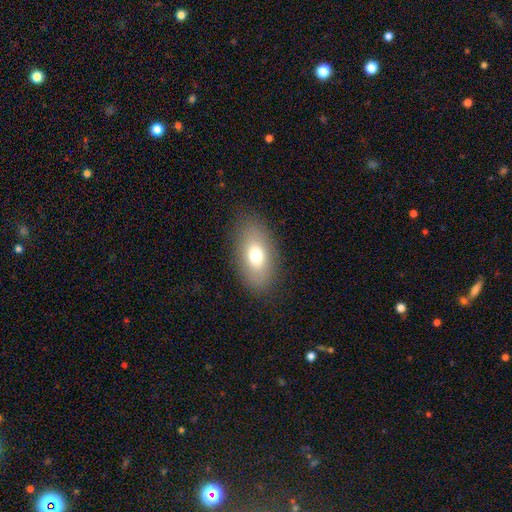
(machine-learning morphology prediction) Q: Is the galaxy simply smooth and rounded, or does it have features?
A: smooth — 72%.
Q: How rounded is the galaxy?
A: in between — 90%.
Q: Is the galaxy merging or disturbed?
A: none — 84%.